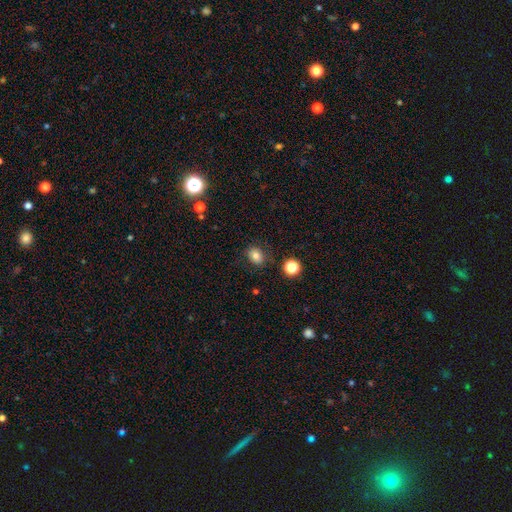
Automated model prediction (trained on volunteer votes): smooth-or-featured: smooth: 79% | star or artifact: 12% | featured or disk: 9%
  how-rounded: round: 53% | in between: 46% | cigar-shaped: 1%
  merging: none: 83% | minor disturbance: 11% | major disturbance: 4% | merger: 2%